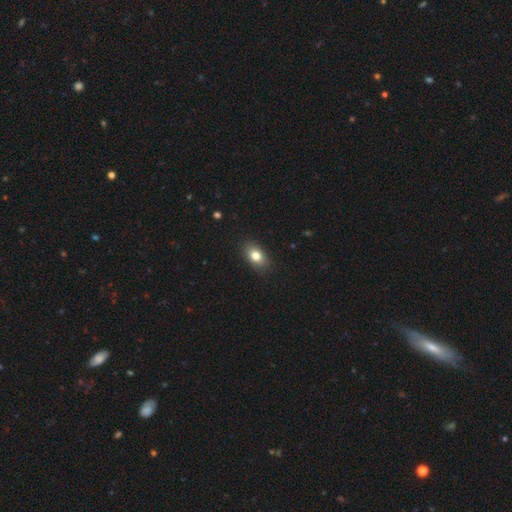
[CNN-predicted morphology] smooth_or_featured: smooth (p=0.80) [alt: featured or disk p=0.11]
how_rounded: in between (p=0.83) [alt: round p=0.15]
merging: none (p=0.88) [alt: minor disturbance p=0.09]